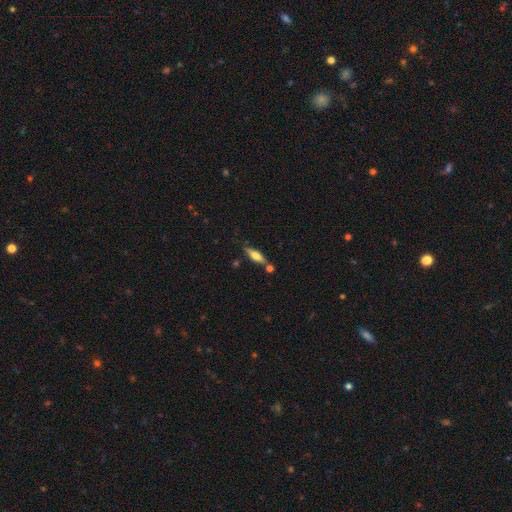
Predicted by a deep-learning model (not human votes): A smooth galaxy with no disk features (53%) that is cigar-shaped (65%). Merging: none (70%).